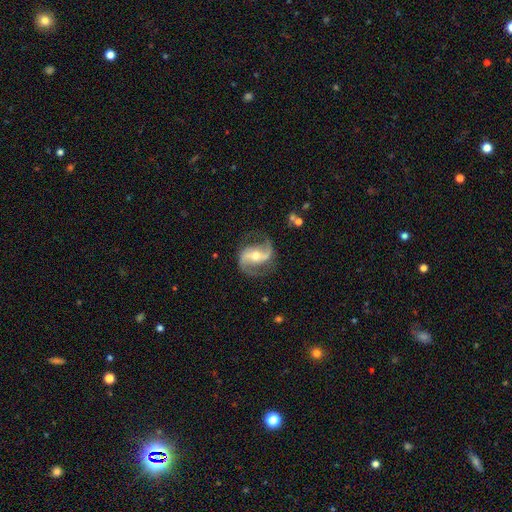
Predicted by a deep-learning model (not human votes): The model was most divided on "spiral winding": loose: 47%, medium: 43%, tight: 10%. Remaining: edge-on disk — no (97%); spiral arms — yes (97%); spiral arm count — 2 (93%); smooth or featured — featured or disk (90%); merging — none (79%); bulge size — moderate (62%); bar — strong (41%).